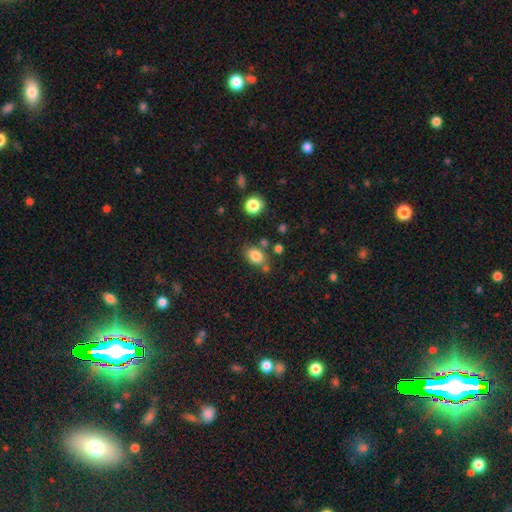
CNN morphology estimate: smooth-or-featured: smooth: 82% | star or artifact: 11% | featured or disk: 7%
  how-rounded: in between: 74% | round: 24% | cigar-shaped: 1%
  merging: none: 67% | minor disturbance: 15% | merger: 13% | major disturbance: 5%